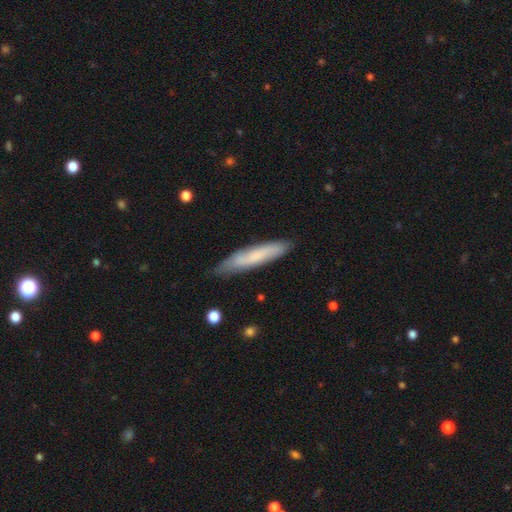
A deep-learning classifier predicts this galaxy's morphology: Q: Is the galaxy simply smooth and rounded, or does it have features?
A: smooth — 67%.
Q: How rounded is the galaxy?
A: cigar-shaped — 88%.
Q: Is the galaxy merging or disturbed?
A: none — 77%.